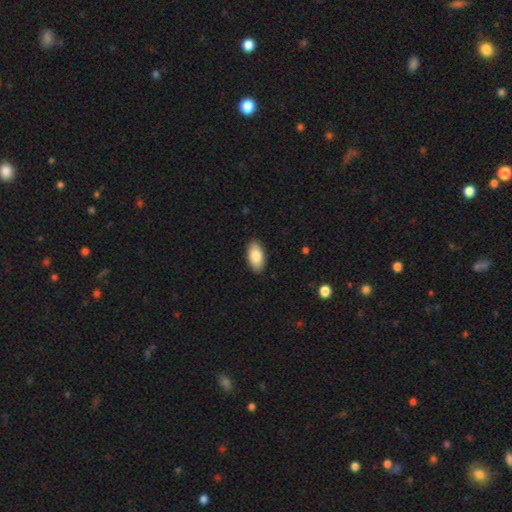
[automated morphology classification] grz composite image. It shows a smooth galaxy with no disk features (85%) that is in between round and cigar-shaped (94%). Merging: none (89%).